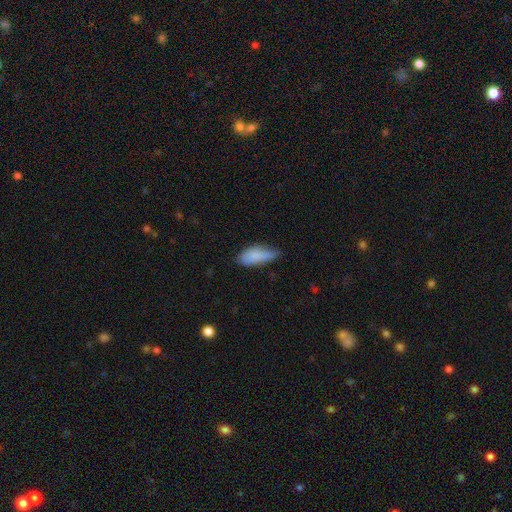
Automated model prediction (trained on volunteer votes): Smooth or featured?
  - smooth: 82% *
  - featured or disk: 12%
  - star or artifact: 7%
How rounded?
  - in between: 78% *
  - cigar-shaped: 19%
  - round: 2%
Merging?
  - minor disturbance: 45% *
  - none: 42%
  - major disturbance: 11%
  - merger: 3%